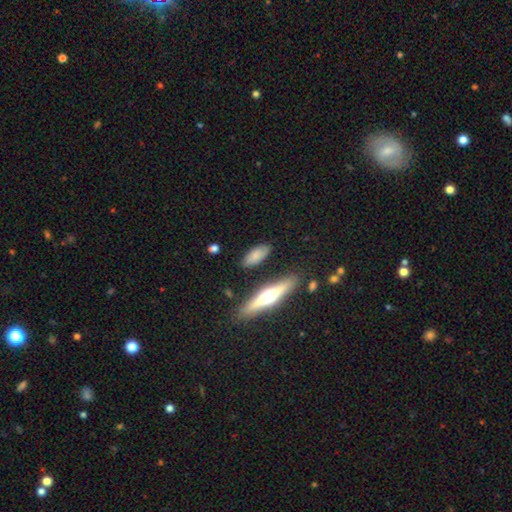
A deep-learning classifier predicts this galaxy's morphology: Smooth or featured: smooth — 71% (featured or disk — 21%)
How rounded: in between — 76% (cigar-shaped — 21%)
Merging: none — 80% (minor disturbance — 14%)